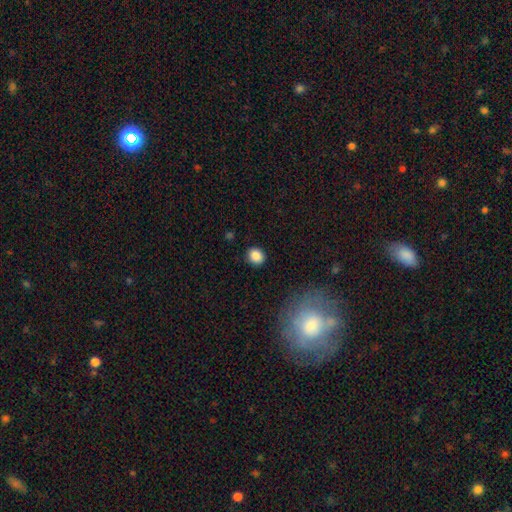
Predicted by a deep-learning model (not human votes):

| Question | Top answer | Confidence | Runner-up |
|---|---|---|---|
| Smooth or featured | smooth | 86% | star or artifact (10%) |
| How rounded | round | 69% | in between (30%) |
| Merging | none | 88% | minor disturbance (8%) |